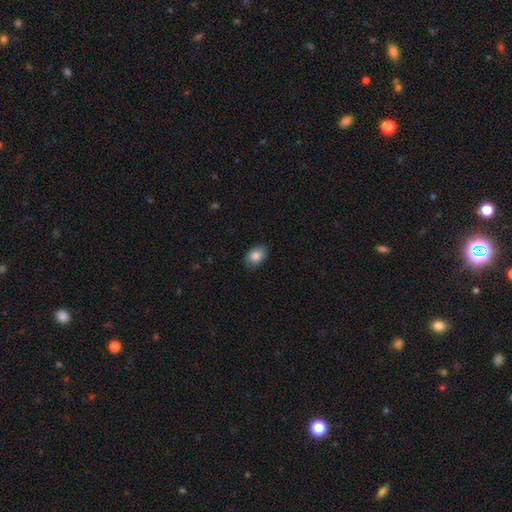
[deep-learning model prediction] A smooth galaxy with no disk features (86%) that is in between round and cigar-shaped (85%). Merging: none (83%).